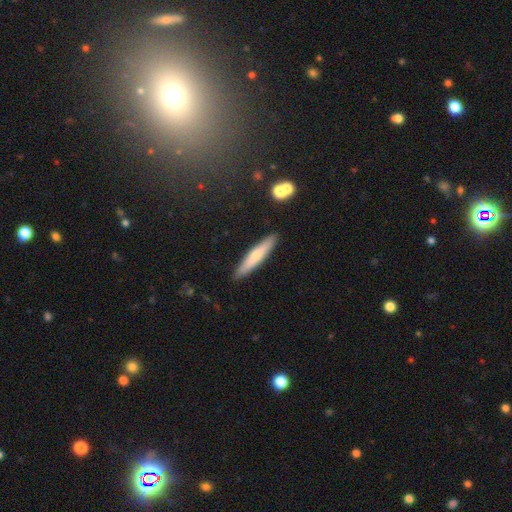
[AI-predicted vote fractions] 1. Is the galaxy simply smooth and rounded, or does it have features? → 60% smooth, 34% featured or disk, 6% star or artifact.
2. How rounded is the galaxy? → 91% cigar-shaped, 8% in between, 1% round.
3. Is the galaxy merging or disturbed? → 90% none, 7% minor disturbance, 1% major disturbance, 1% merger.